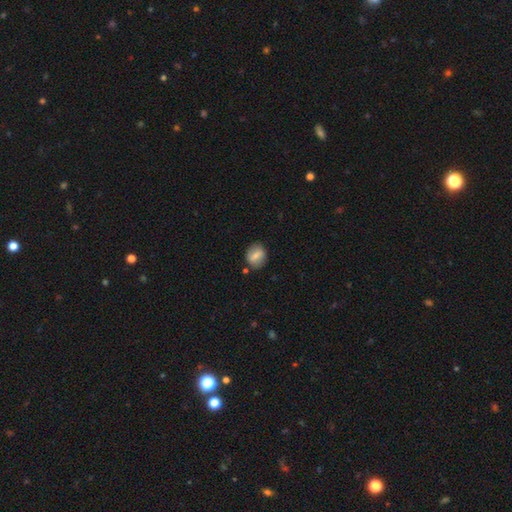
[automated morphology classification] smooth-or-featured: smooth: 66% | featured or disk: 27% | star or artifact: 8%
  how-rounded: round: 52% | in between: 46% | cigar-shaped: 2%
  merging: none: 80% | minor disturbance: 13% | merger: 4% | major disturbance: 3%